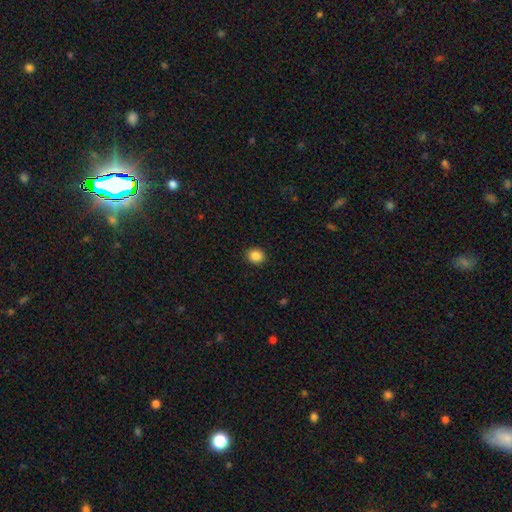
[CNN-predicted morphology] This is clearly a smooth galaxy (86%). How rounded: likely round (70%). Merging: clearly none (91%).